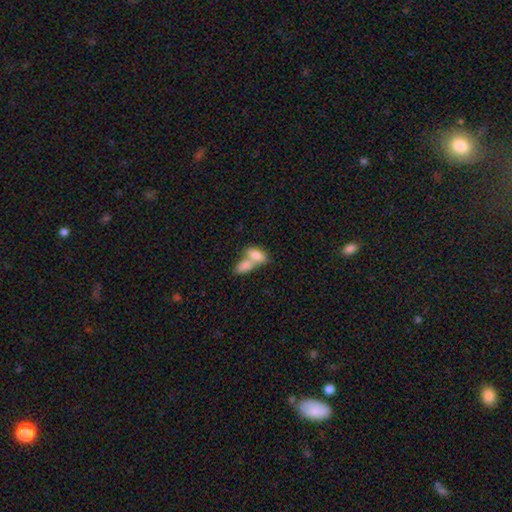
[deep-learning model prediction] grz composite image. It shows a smooth galaxy with no disk features (80%) that is in between round and cigar-shaped (89%). Merging: merger (66%).